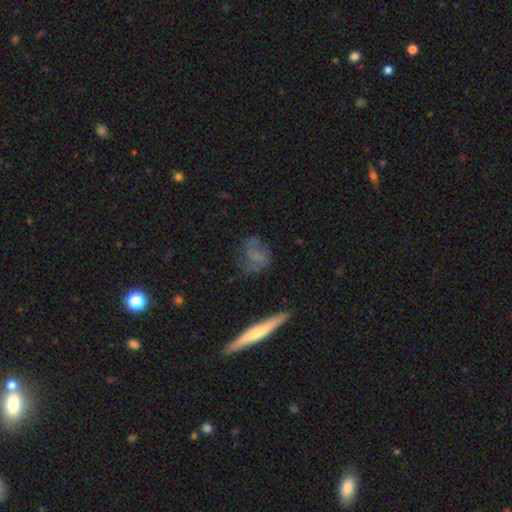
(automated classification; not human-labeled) Smooth or featured? Predicted: featured or disk (p=0.57). Edge-on disk? Predicted: no (p=0.88). Bar? Predicted: no (p=0.60). Spiral arms? Predicted: yes (p=0.76). Bulge size? Predicted: none (p=0.67). Merging? Predicted: none (p=0.61).